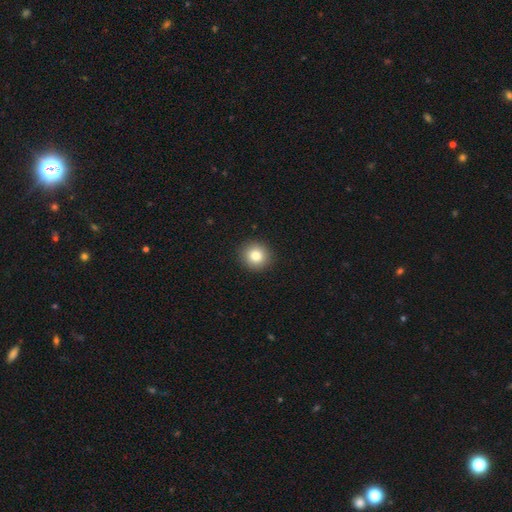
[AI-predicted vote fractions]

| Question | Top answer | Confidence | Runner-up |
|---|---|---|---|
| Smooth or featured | smooth | 82% | star or artifact (10%) |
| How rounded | round | 91% | in between (8%) |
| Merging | none | 92% | minor disturbance (5%) |